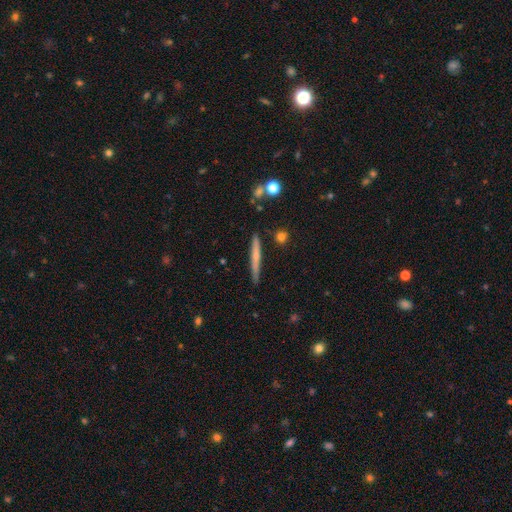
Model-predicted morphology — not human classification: The model was most divided on "smooth or featured": smooth: 49%, featured or disk: 44%, star or artifact: 7%. More confident: merging — none (86%).